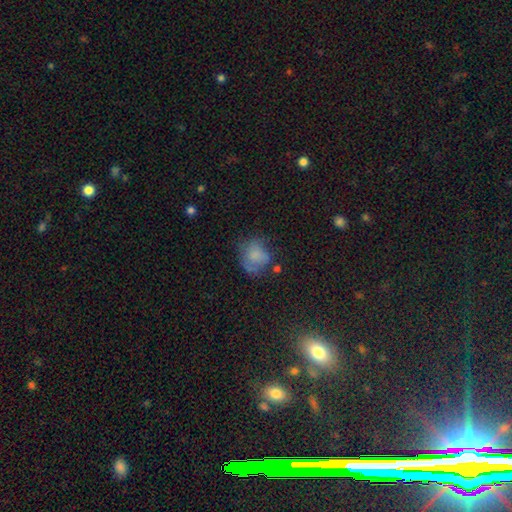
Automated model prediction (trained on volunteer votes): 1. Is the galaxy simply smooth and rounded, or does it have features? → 65% smooth, 23% featured or disk, 12% star or artifact.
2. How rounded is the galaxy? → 63% round, 36% in between, 1% cigar-shaped.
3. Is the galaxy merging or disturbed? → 41% none, 30% minor disturbance, 23% major disturbance, 6% merger.